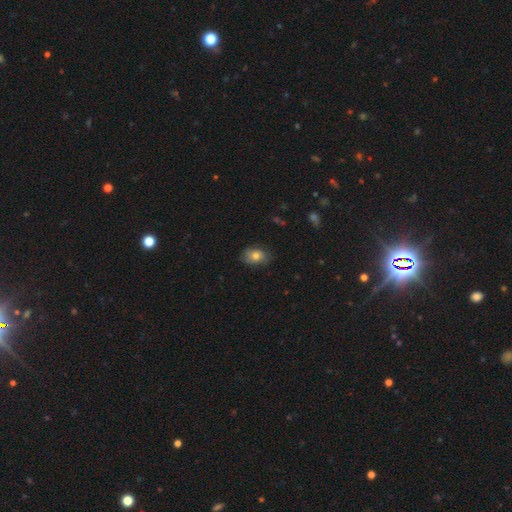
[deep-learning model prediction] Smooth or featured?
  - smooth: 75% *
  - featured or disk: 16%
  - star or artifact: 9%
How rounded?
  - in between: 77% *
  - round: 21%
  - cigar-shaped: 1%
Merging?
  - none: 76% *
  - minor disturbance: 19%
  - major disturbance: 4%
  - merger: 1%